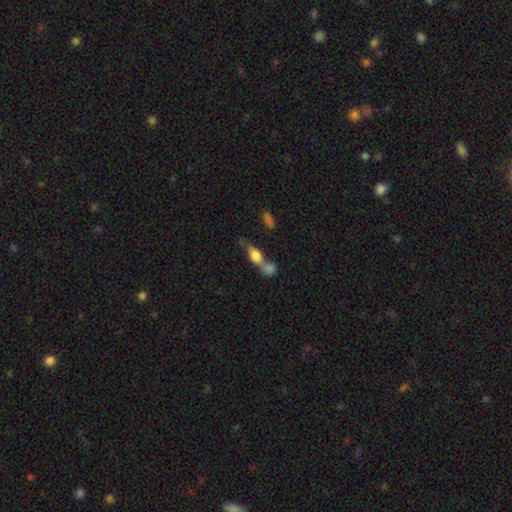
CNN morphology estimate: A smooth galaxy with no disk features (63%) that is in between round and cigar-shaped (62%). Merging: merger (54%).